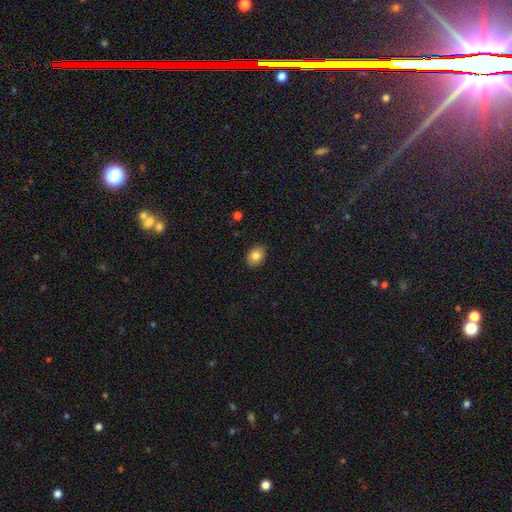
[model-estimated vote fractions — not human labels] A smooth galaxy with no disk features (82%) that is in between round and cigar-shaped (65%). Merging: none (90%).